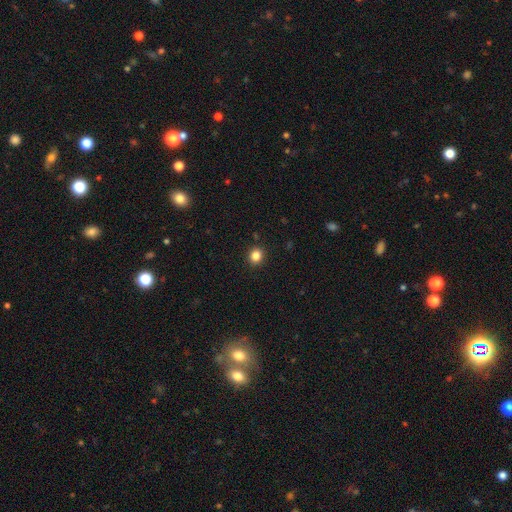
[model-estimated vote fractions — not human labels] Q: Smooth or featured?
A: smooth (83%); runner-up: star or artifact (12%)
Q: How rounded?
A: round (84%); runner-up: in between (15%)
Q: Merging?
A: none (91%); runner-up: minor disturbance (6%)